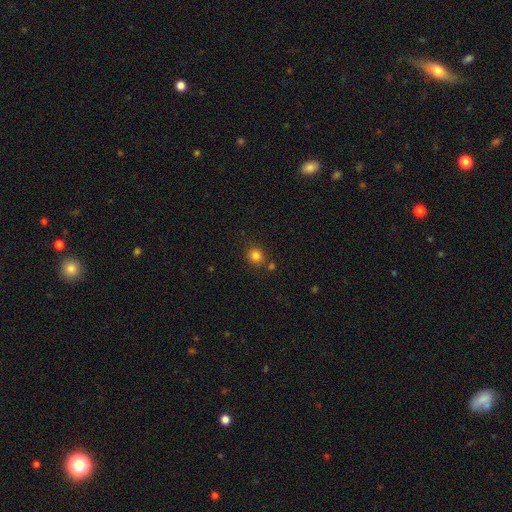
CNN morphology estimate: type=smooth (82%); roundness=round (82%); merging=none (78%).